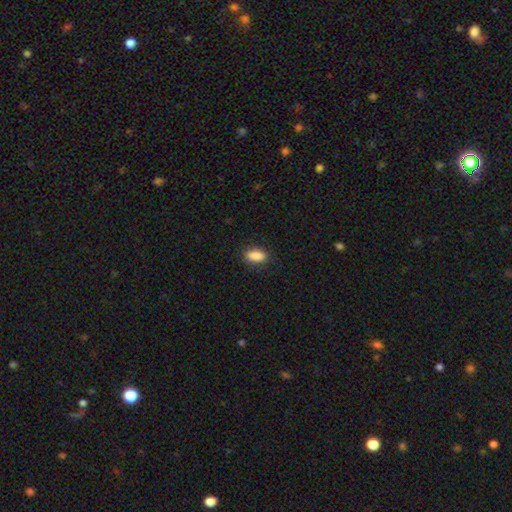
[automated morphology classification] smooth_or_featured: smooth (p=0.89) [alt: star or artifact p=0.07]
how_rounded: in between (p=0.86) [alt: cigar-shaped p=0.10]
merging: none (p=0.87) [alt: minor disturbance p=0.10]